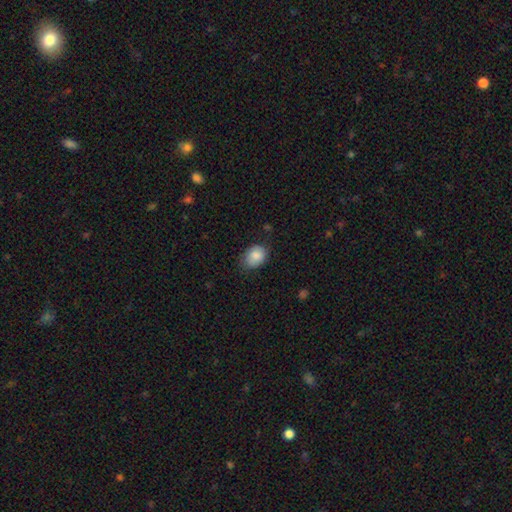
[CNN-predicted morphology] A smooth galaxy with no disk features (86%) that is in between round and cigar-shaped (66%). Merging: none (70%).